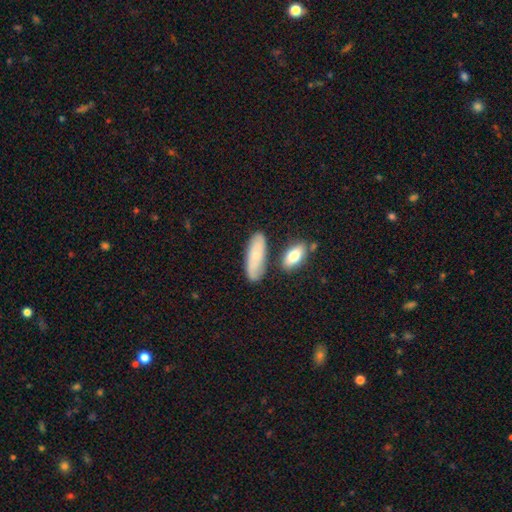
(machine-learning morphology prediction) type=smooth (69%); roundness=in between (65%); merging=none (73%).